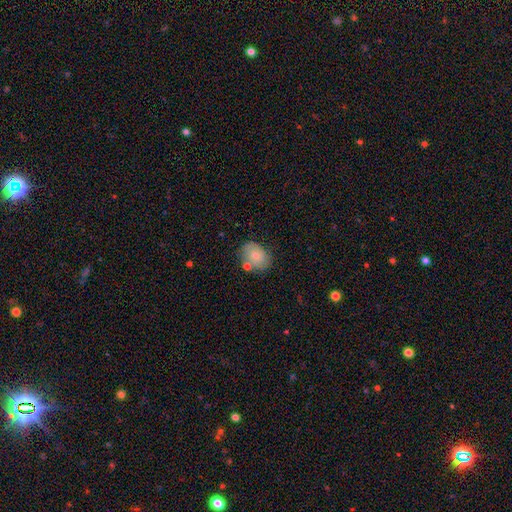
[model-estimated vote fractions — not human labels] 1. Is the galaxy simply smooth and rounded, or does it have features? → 69% smooth, 24% featured or disk, 8% star or artifact.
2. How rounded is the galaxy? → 65% in between, 34% round, 1% cigar-shaped.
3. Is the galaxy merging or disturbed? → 67% none, 17% minor disturbance, 11% merger, 5% major disturbance.